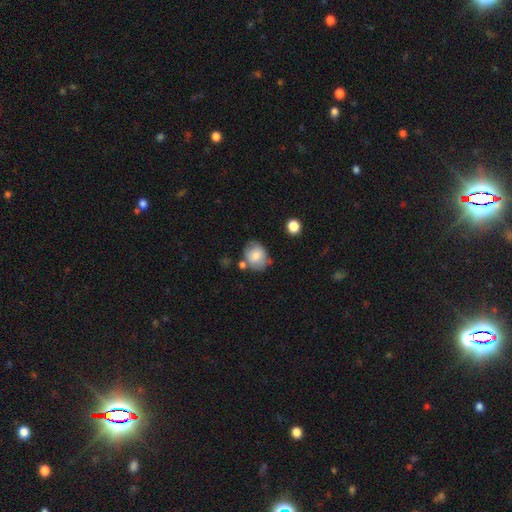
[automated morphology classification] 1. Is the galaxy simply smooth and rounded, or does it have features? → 76% smooth, 15% featured or disk, 8% star or artifact.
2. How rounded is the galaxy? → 62% round, 37% in between, 1% cigar-shaped.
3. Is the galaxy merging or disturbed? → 59% none, 23% minor disturbance, 12% merger, 6% major disturbance.